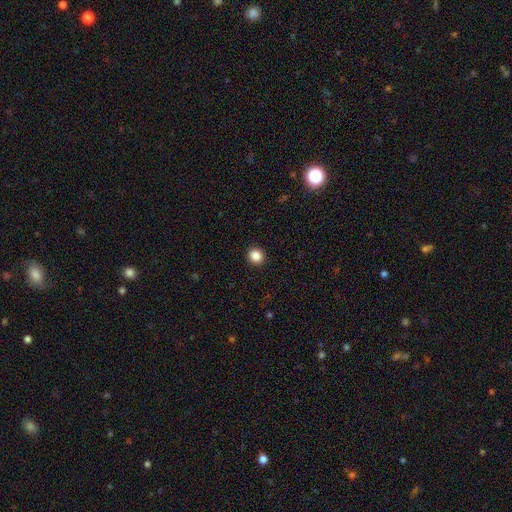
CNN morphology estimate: smooth_or_featured: smooth (p=0.86) [alt: star or artifact p=0.10]
how_rounded: round (p=0.89) [alt: in between p=0.10]
merging: none (p=0.93) [alt: minor disturbance p=0.05]